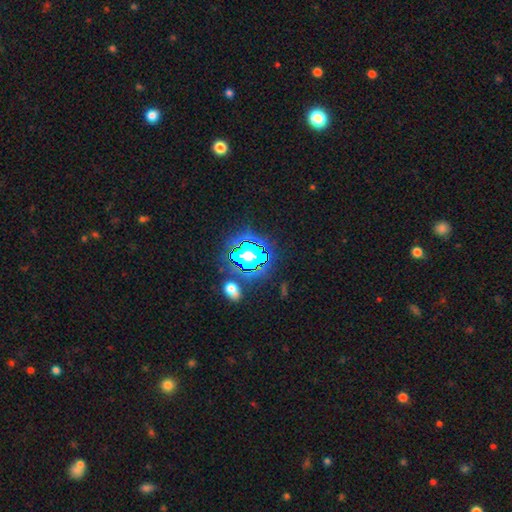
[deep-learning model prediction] This is likely a star or artifact rather than a galaxy (78%).